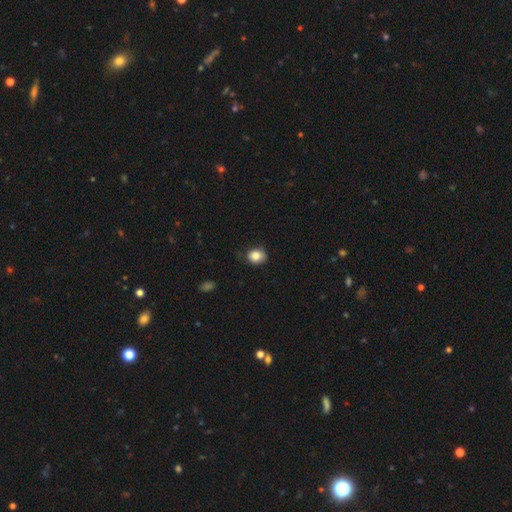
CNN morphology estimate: smooth-or-featured: smooth: 85% | star or artifact: 9% | featured or disk: 6%
  how-rounded: round: 62% | in between: 37% | cigar-shaped: 1%
  merging: none: 74% | minor disturbance: 21% | major disturbance: 4% | merger: 1%